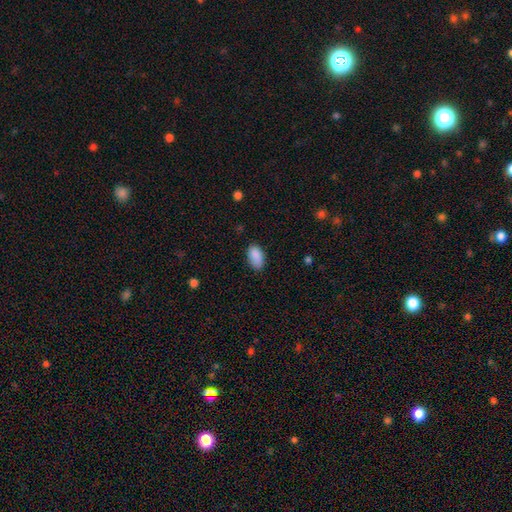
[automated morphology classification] The model was most divided on "merging": none: 75%, minor disturbance: 19%, major disturbance: 4%, merger: 1%. More confident: how rounded — in between (93%); smooth or featured — smooth (88%).